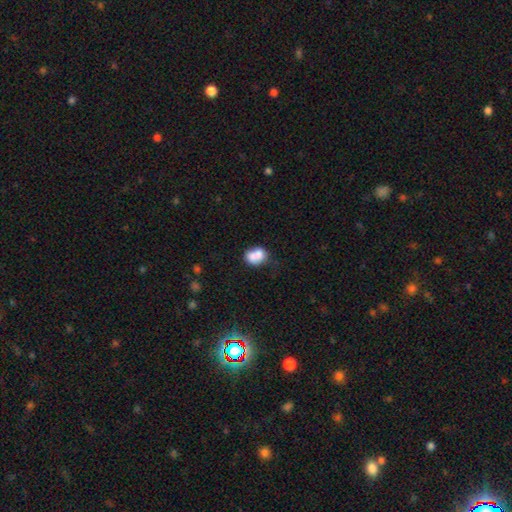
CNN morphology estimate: Smooth or featured? smooth (75%)
How rounded? in between (51%)
Merging? merger (49%)